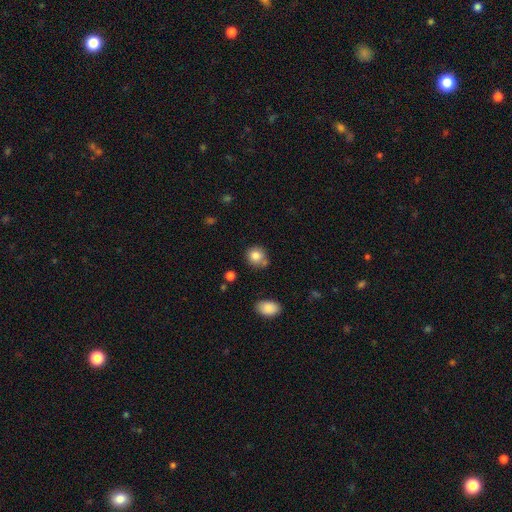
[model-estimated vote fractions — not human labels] Q: Smooth or featured?
A: smooth (82%); runner-up: star or artifact (10%)
Q: How rounded?
A: round (84%); runner-up: in between (15%)
Q: Merging?
A: none (71%); runner-up: minor disturbance (14%)